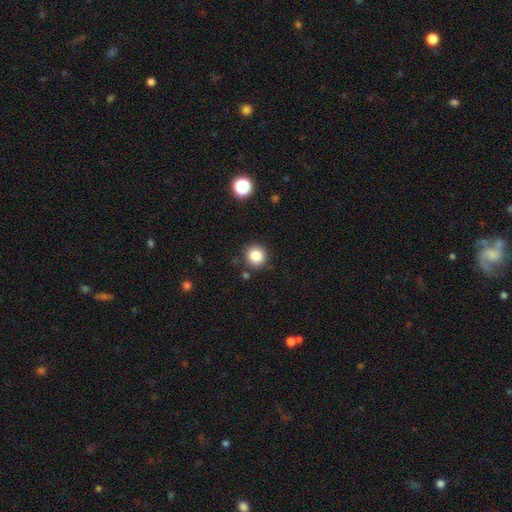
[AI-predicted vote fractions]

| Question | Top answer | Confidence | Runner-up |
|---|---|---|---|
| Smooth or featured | smooth | 84% | star or artifact (11%) |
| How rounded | round | 93% | in between (6%) |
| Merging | none | 87% | minor disturbance (8%) |